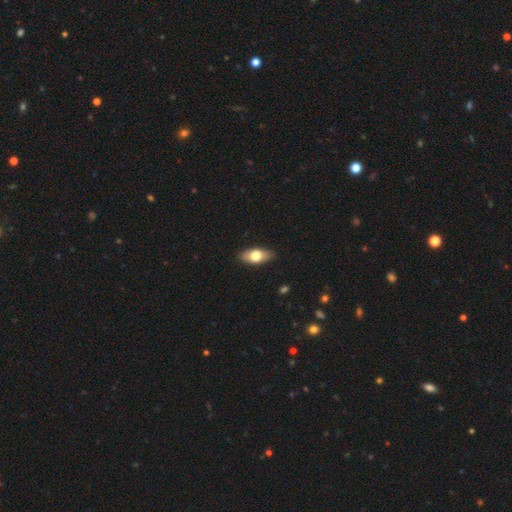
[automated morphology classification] Smooth or featured? Predicted: smooth (p=0.68). How rounded? Predicted: in between (p=0.85). Merging? Predicted: none (p=0.86).